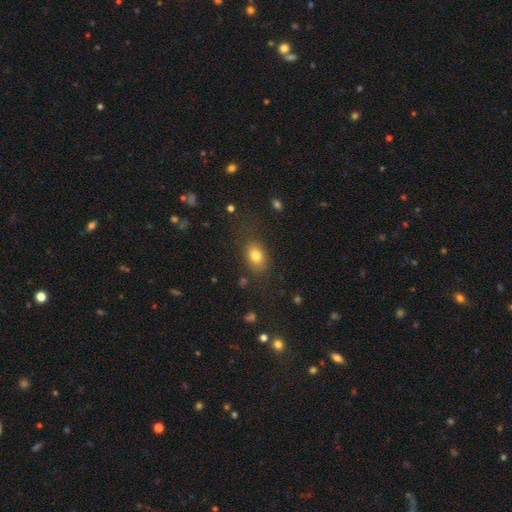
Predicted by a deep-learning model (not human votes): Smooth or featured? Predicted: smooth (p=0.79). How rounded? Predicted: in between (p=0.75). Merging? Predicted: none (p=0.76).